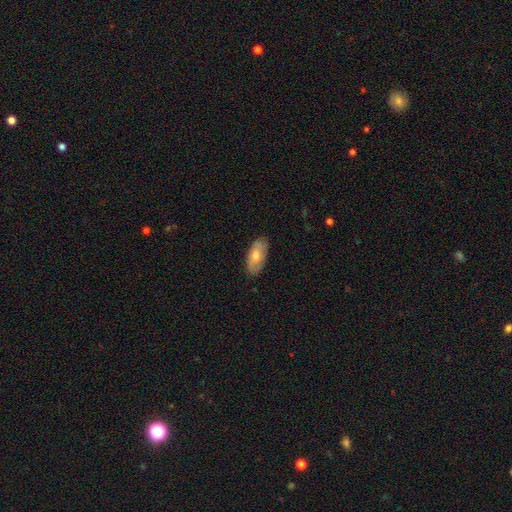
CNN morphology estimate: smooth 66%, featured or disk 28%, star or artifact 6%. Down the decision tree: how rounded — in between (89%); merging — none (84%).